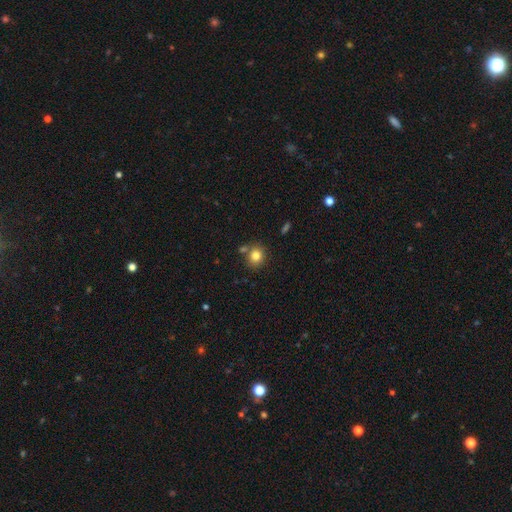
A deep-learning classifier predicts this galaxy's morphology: A smooth galaxy with no disk features (81%) that is round (77%). Merging: none (74%).